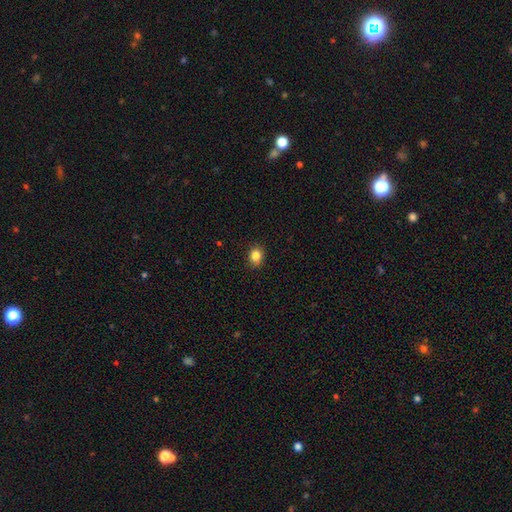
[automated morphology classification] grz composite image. It shows a smooth galaxy with no disk features (85%) that is round (54%). Merging: none (88%).